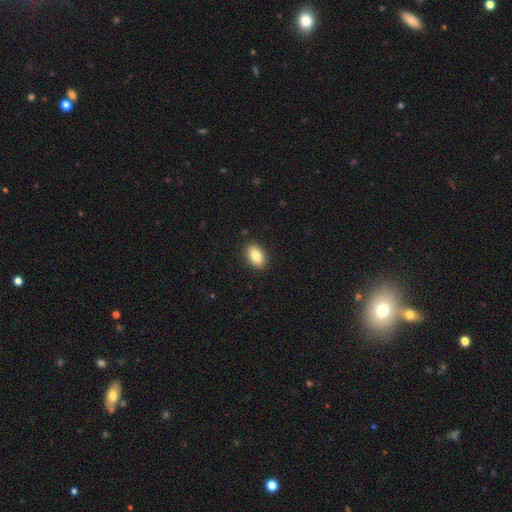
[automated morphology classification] Overall: smooth (84%). How rounded: in between (90%). Merging: none (90%).